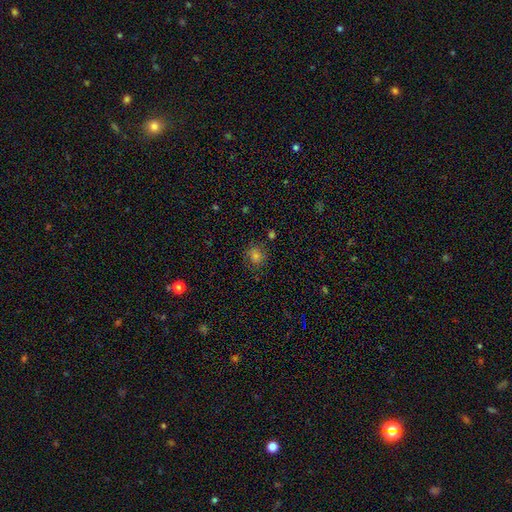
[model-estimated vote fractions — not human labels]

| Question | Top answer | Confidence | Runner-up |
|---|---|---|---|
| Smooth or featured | smooth | 65% | star or artifact (23%) |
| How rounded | round | 83% | in between (16%) |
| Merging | none | 81% | minor disturbance (13%) |